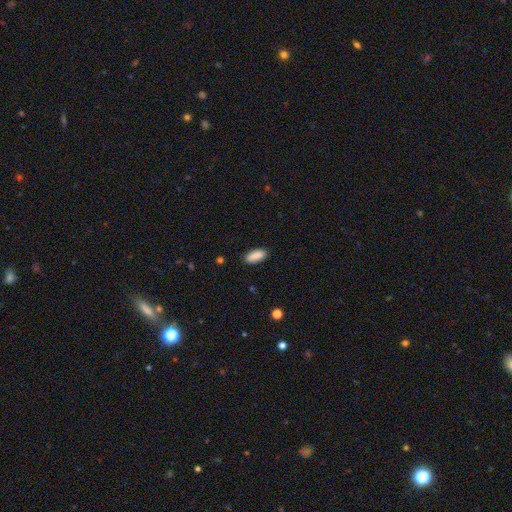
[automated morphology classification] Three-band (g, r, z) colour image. It shows a smooth galaxy with no disk features (90%) that is in between round and cigar-shaped (83%). Merging: none (88%).